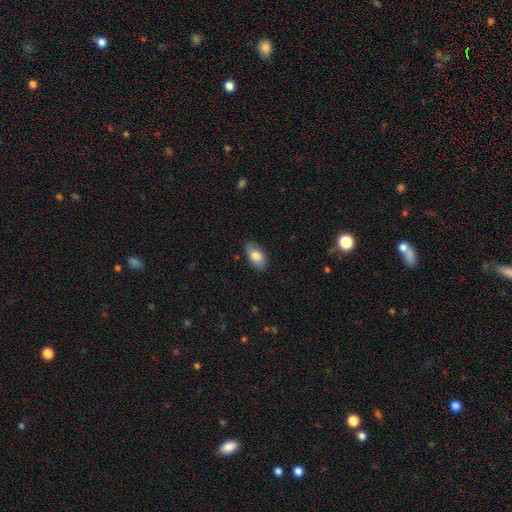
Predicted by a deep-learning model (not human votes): A smooth galaxy with no disk features (80%) that is in between round and cigar-shaped (92%).

Vote fractions:
- Smooth or featured? smooth: 80% / featured or disk: 13% / star or artifact: 6%
- How rounded? in between: 92% / round: 4% / cigar-shaped: 4%
- Merging? none: 84% / minor disturbance: 13% / major disturbance: 2% / merger: 1%